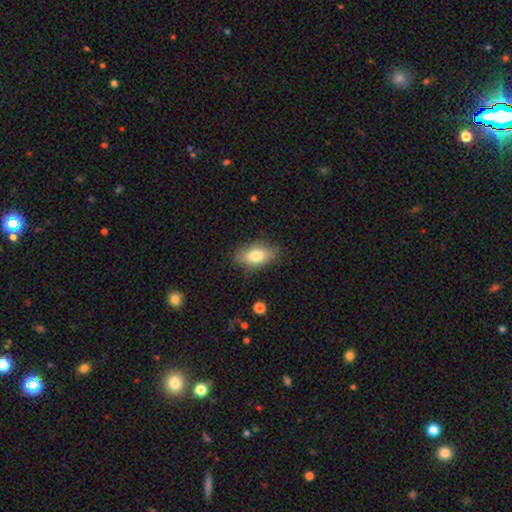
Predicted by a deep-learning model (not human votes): This is likely a smooth galaxy (78%). How rounded: clearly in between (87%). Merging: clearly none (83%).